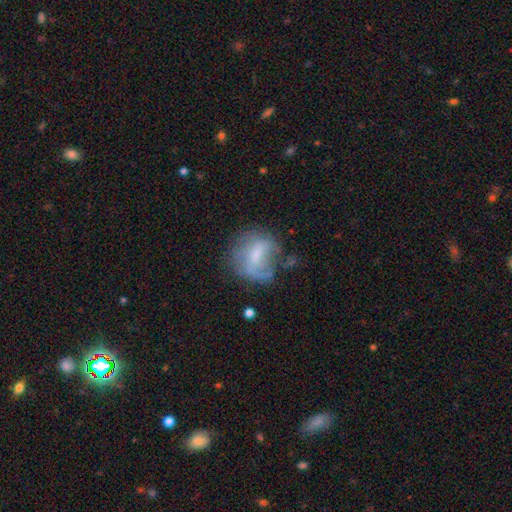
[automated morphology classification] Smooth or featured? featured or disk (47%)
Merging? none (43%)